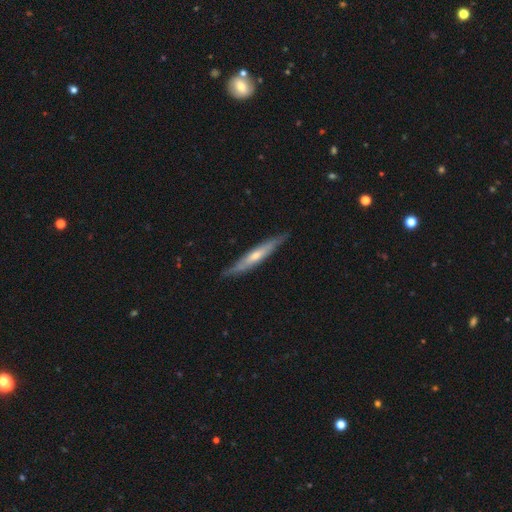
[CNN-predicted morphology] This appears to be a featured or disk galaxy (60%) viewed edge-on (86%) with a rounded central bulge (62%). Merging: none (84%).